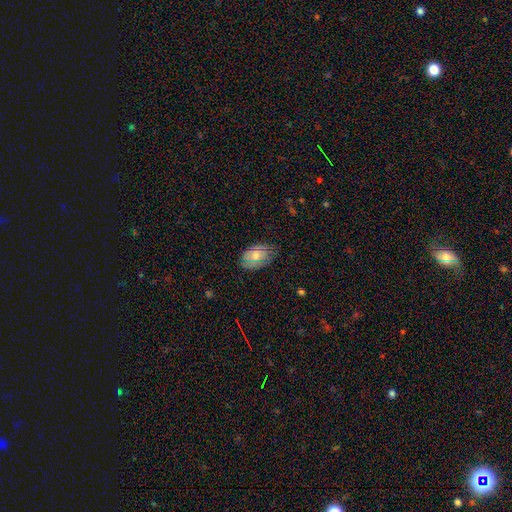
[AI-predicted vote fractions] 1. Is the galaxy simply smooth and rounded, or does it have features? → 67% smooth, 25% featured or disk, 8% star or artifact.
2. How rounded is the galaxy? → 89% in between, 10% round, 1% cigar-shaped.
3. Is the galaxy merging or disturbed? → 71% none, 23% minor disturbance, 5% major disturbance, 1% merger.